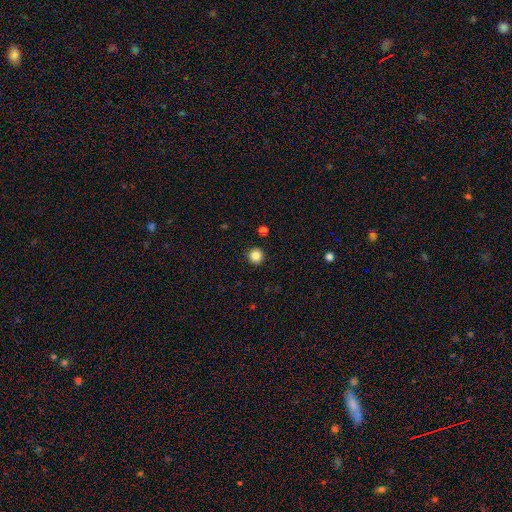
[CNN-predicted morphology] smooth_or_featured: smooth (p=0.85) [alt: star or artifact p=0.11]
how_rounded: round (p=0.95) [alt: in between p=0.04]
merging: none (p=0.92) [alt: minor disturbance p=0.05]